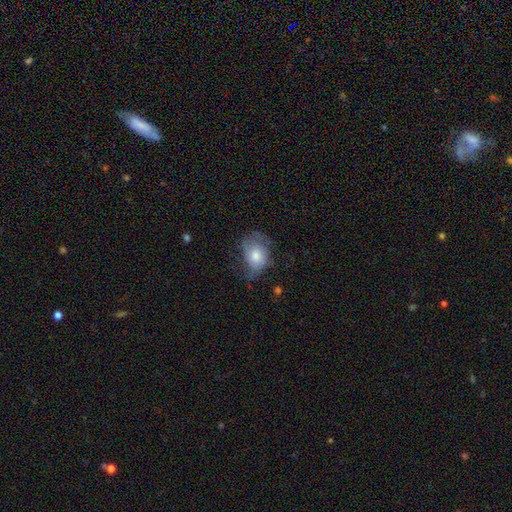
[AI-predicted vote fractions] This is possibly a smooth galaxy (59%). How rounded: likely in between (61%). Merging: marginally none (45%).